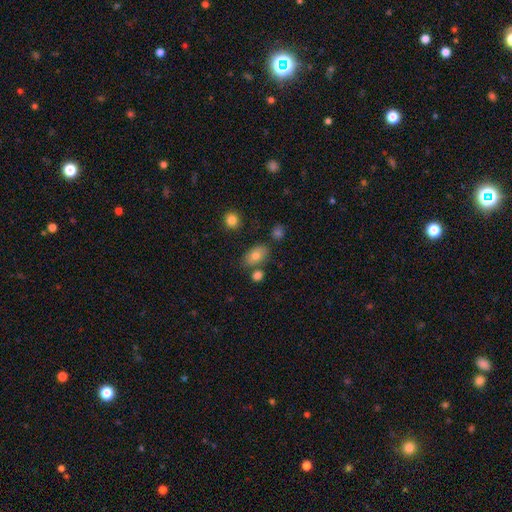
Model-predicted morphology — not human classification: smooth 76%, featured or disk 15%, star or artifact 9%. Down the decision tree: how rounded — in between (87%); merging — none (71%).